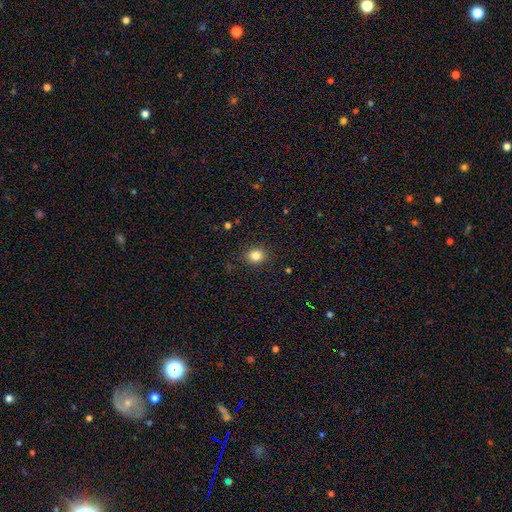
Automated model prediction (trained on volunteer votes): Q: Smooth or featured?
A: smooth (83%); runner-up: star or artifact (12%)
Q: How rounded?
A: round (77%); runner-up: in between (22%)
Q: Merging?
A: none (88%); runner-up: minor disturbance (8%)